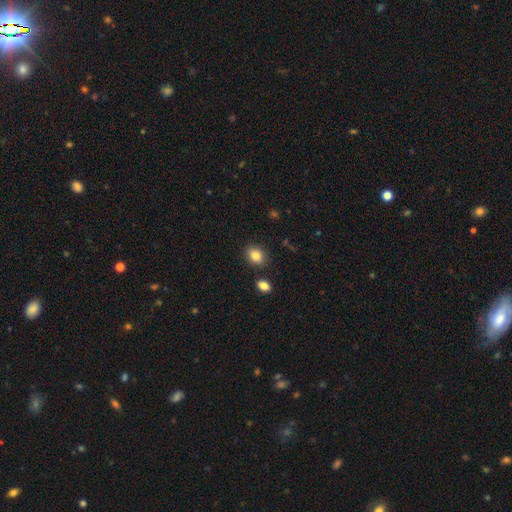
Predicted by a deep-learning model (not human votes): smooth 83%, star or artifact 10%, featured or disk 7%. Down the decision tree: how rounded — in between (52%); merging — none (85%).